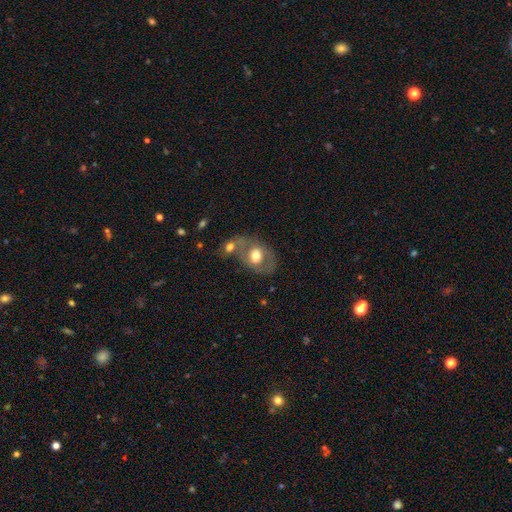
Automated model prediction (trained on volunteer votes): Smooth or featured? smooth (52%)
How rounded? in between (62%)
Merging? none (45%)